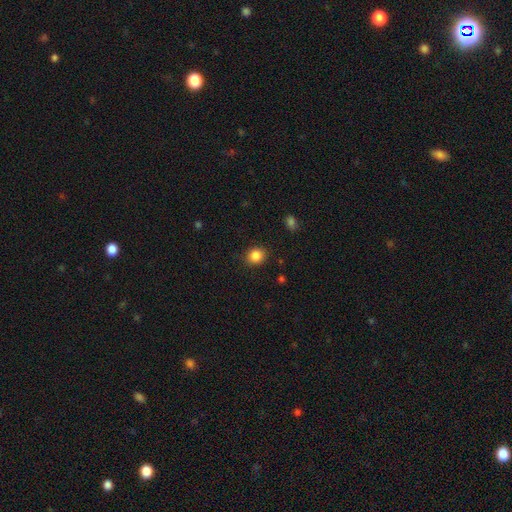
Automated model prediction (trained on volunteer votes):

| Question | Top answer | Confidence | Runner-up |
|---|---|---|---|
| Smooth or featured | smooth | 86% | star or artifact (10%) |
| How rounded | round | 80% | in between (20%) |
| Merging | none | 88% | minor disturbance (8%) |